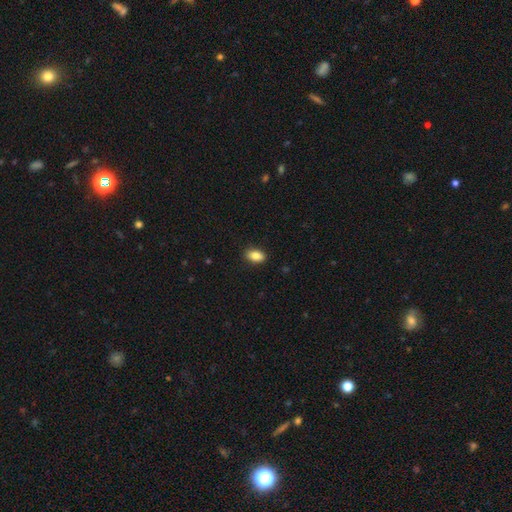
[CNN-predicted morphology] type=smooth (84%); roundness=in between (89%); merging=none (89%).